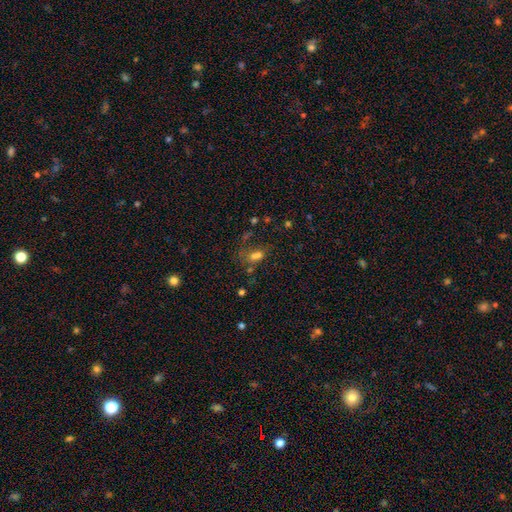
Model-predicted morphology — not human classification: Smooth or featured?
  - smooth: 62% *
  - star or artifact: 21%
  - featured or disk: 17%
How rounded?
  - in between: 73% *
  - round: 21%
  - cigar-shaped: 6%
Merging?
  - none: 34% *
  - merger: 33%
  - major disturbance: 17%
  - minor disturbance: 16%